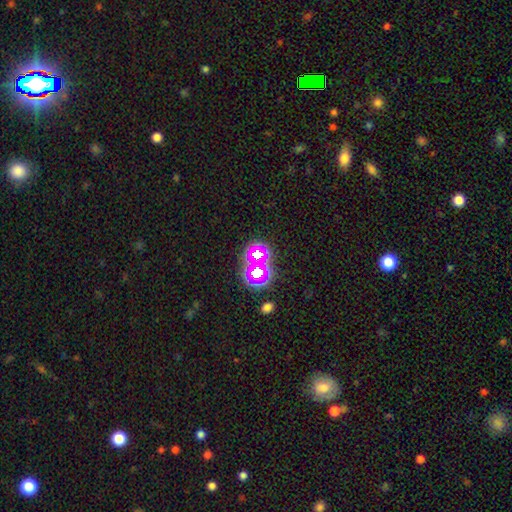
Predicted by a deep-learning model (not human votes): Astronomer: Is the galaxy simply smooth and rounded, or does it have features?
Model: star or artifact — 60%.